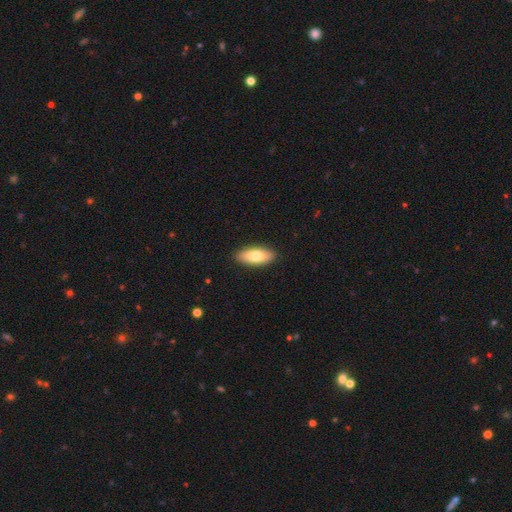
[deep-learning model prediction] smooth-or-featured: smooth: 78% | featured or disk: 17% | star or artifact: 6%
  how-rounded: in between: 79% | cigar-shaped: 19% | round: 2%
  merging: none: 90% | minor disturbance: 8% | major disturbance: 2% | merger: 1%